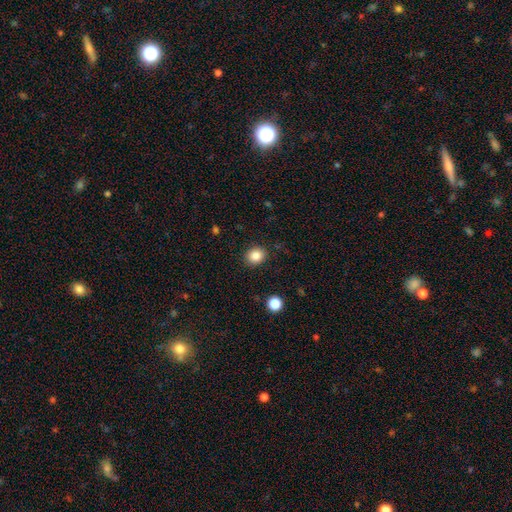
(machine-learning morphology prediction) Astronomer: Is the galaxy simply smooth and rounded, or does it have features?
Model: smooth — 85%.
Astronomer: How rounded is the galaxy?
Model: round — 69%.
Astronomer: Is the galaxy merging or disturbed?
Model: none — 89%.